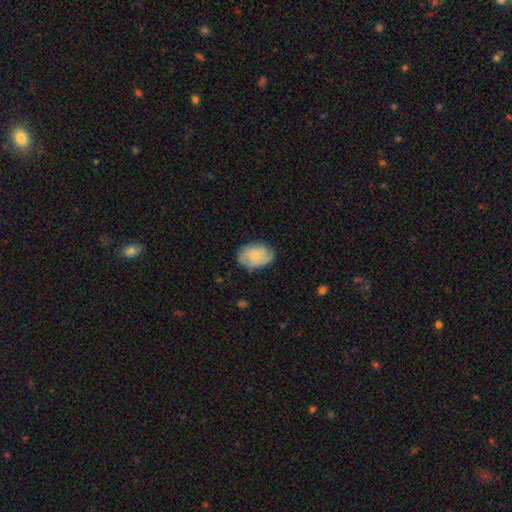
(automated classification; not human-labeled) Smooth or featured?
  - smooth: 55% *
  - featured or disk: 38%
  - star or artifact: 7%
How rounded?
  - in between: 82% *
  - round: 17%
  - cigar-shaped: 1%
Merging?
  - none: 78% *
  - minor disturbance: 17%
  - major disturbance: 4%
  - merger: 1%